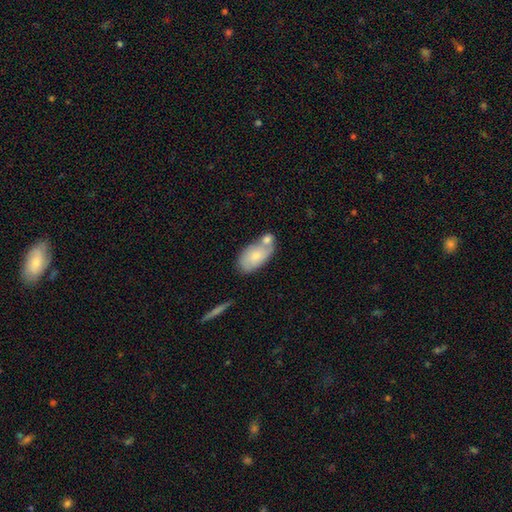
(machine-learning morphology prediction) This is likely a smooth galaxy (68%). How rounded: clearly in between (91%). Merging: marginally merger (39%).